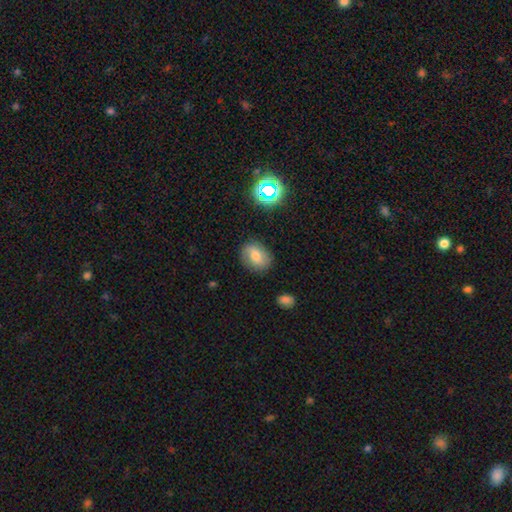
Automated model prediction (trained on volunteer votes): This is likely a smooth galaxy (67%). How rounded: possibly in between (56%). Merging: clearly none (82%).